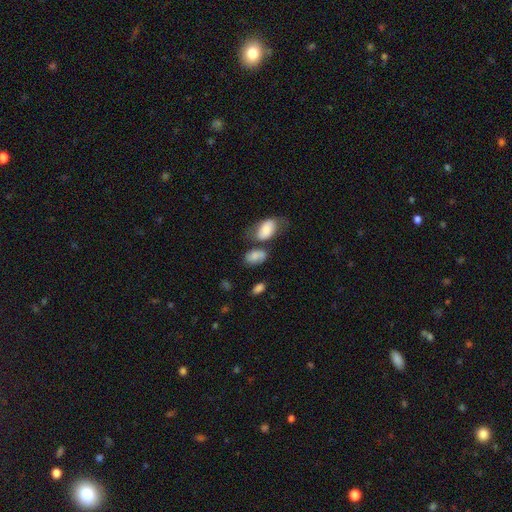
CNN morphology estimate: Smooth or featured?
  - smooth: 76% *
  - featured or disk: 15%
  - star or artifact: 9%
How rounded?
  - in between: 85% *
  - round: 13%
  - cigar-shaped: 2%
Merging?
  - none: 42% *
  - merger: 29%
  - minor disturbance: 20%
  - major disturbance: 10%